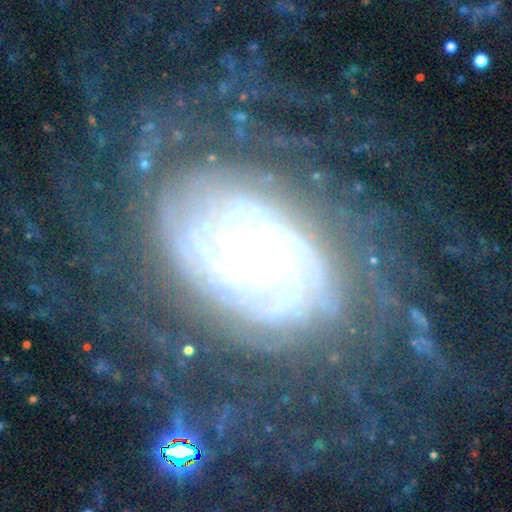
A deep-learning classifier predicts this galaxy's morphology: A featured or disk galaxy (86%) with no bar (62%), tight (76%) spiral arms (98%) and a small central bulge (69%). Merging: none (70%).